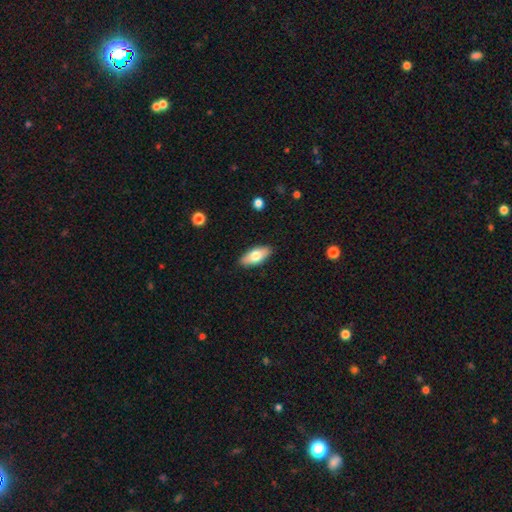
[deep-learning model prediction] A smooth galaxy with no disk features (73%) that is in between round and cigar-shaped (86%).

Vote fractions:
- Smooth or featured? smooth: 73% / featured or disk: 21% / star or artifact: 6%
- How rounded? in between: 86% / cigar-shaped: 12% / round: 3%
- Merging? none: 88% / minor disturbance: 9% / major disturbance: 2% / merger: 1%